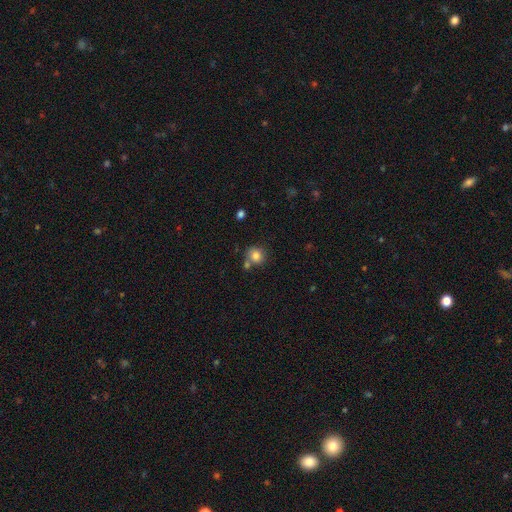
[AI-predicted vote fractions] Smooth or featured? smooth (82%)
How rounded? round (86%)
Merging? none (65%)